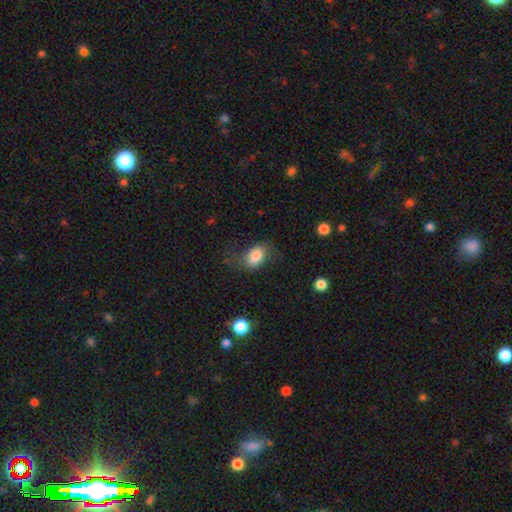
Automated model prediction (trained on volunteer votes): smooth_or_featured: smooth (p=0.80) [alt: featured or disk p=0.12]
how_rounded: in between (p=0.83) [alt: round p=0.15]
merging: none (p=0.58) [alt: minor disturbance p=0.24]